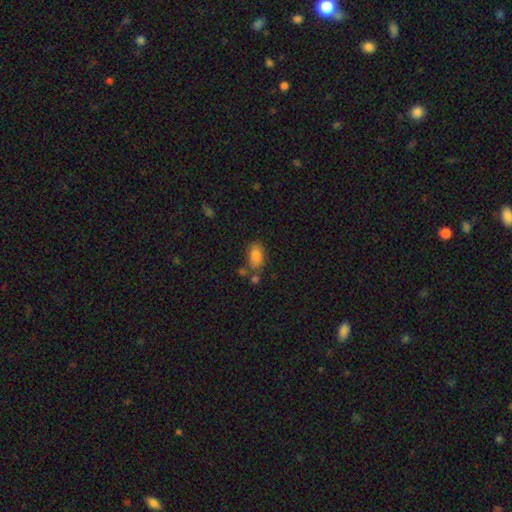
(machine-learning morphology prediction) smooth-or-featured: smooth: 80% | featured or disk: 11% | star or artifact: 9%
  how-rounded: in between: 90% | round: 9% | cigar-shaped: 2%
  merging: none: 56% | minor disturbance: 20% | merger: 17% | major disturbance: 7%